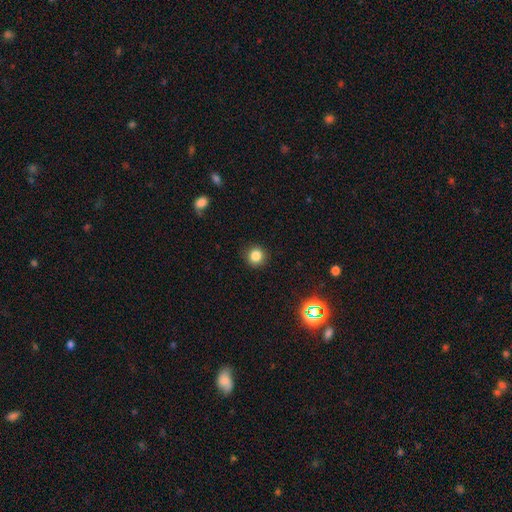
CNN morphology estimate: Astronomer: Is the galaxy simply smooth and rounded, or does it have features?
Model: smooth — 83%.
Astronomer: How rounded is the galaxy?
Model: round — 92%.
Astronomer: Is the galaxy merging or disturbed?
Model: none — 90%.